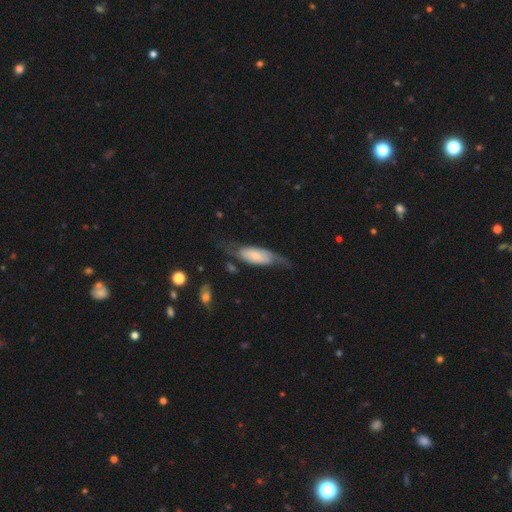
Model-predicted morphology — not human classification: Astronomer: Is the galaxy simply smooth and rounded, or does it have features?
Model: featured or disk — 49% (runner-up: smooth, 45%).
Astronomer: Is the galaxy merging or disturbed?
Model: none — 47% (runner-up: minor disturbance, 27%).